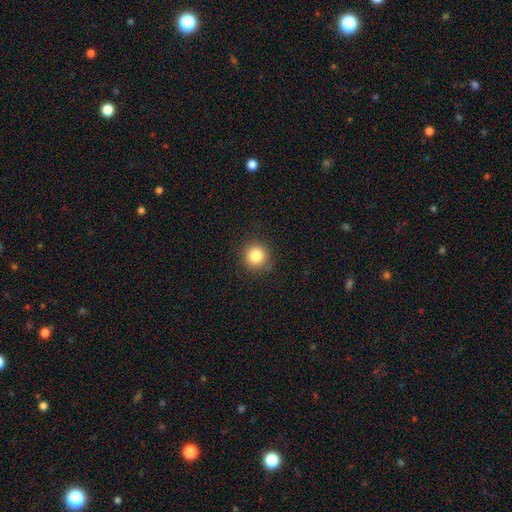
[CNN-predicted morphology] This appears to be a smooth galaxy with no disk features (83%) that is round (94%). Merging: none (89%).